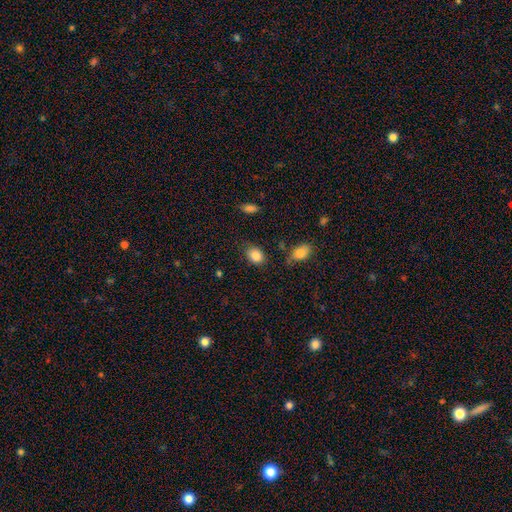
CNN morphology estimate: A smooth galaxy with no disk features (86%) that is in between round and cigar-shaped (64%). Merging: none (74%).